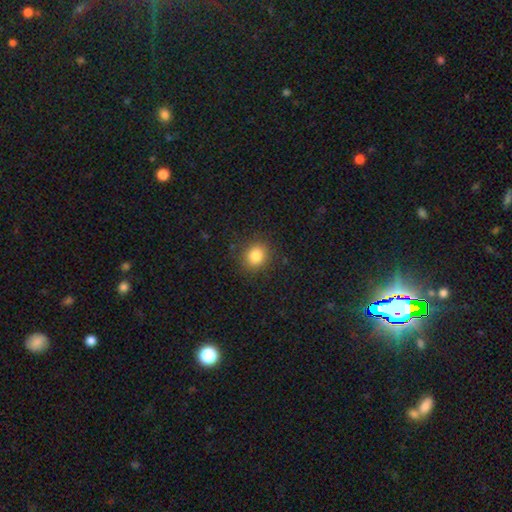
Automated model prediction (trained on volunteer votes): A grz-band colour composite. It shows a smooth galaxy with no disk features (84%) that is round (74%). Merging: none (87%).